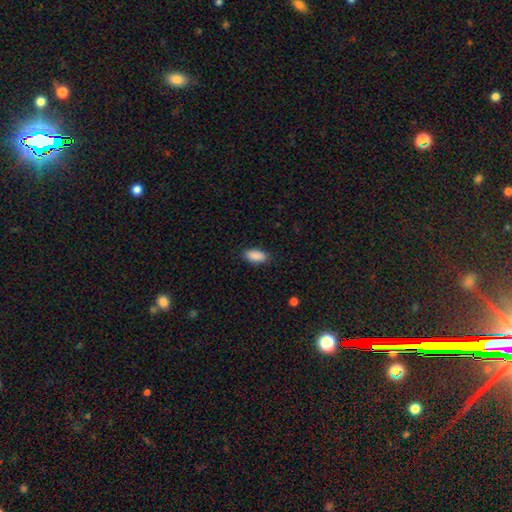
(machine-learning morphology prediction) smooth_or_featured: smooth (p=0.90) [alt: star or artifact p=0.07]
how_rounded: in between (p=0.92) [alt: cigar-shaped p=0.05]
merging: none (p=0.88) [alt: minor disturbance p=0.08]